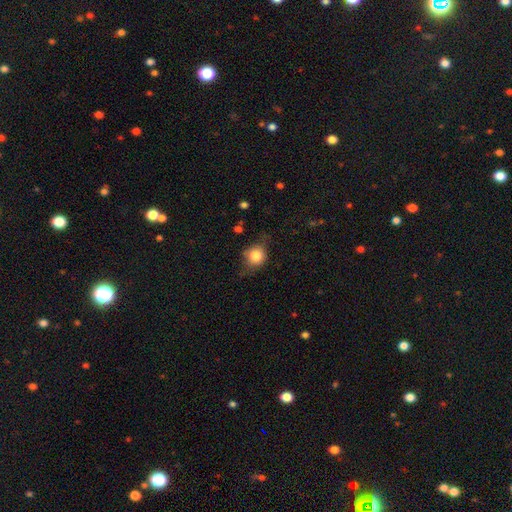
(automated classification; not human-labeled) Smooth or featured: smooth — 79% (featured or disk — 12%)
How rounded: round — 69% (in between — 29%)
Merging: none — 61% (minor disturbance — 29%)